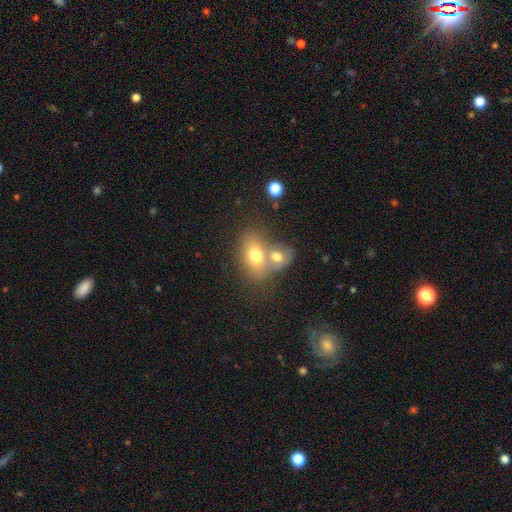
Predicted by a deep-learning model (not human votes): Morphology: type=smooth (70%); roundness=in between (75%); merging=merger (55%).